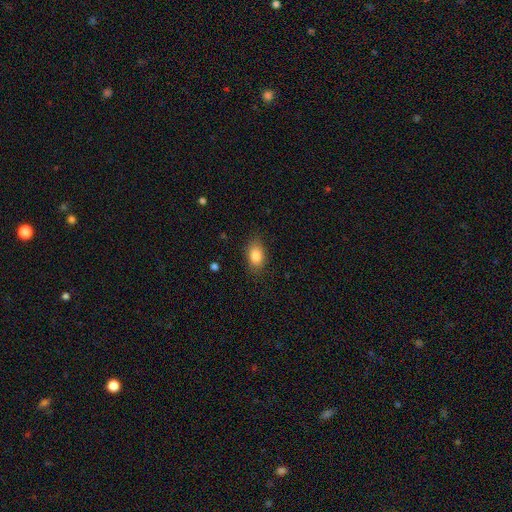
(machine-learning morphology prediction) This appears to be a smooth galaxy with no disk features (84%) that is in between round and cigar-shaped (86%). Merging: none (84%).